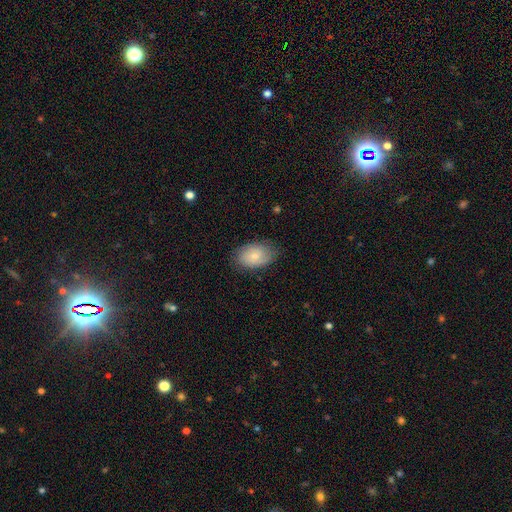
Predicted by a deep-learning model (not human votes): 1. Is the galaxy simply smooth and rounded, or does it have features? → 71% smooth, 22% featured or disk, 7% star or artifact.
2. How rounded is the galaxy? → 87% in between, 12% round, 1% cigar-shaped.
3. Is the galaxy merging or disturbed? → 76% none, 19% minor disturbance, 4% major disturbance, 1% merger.